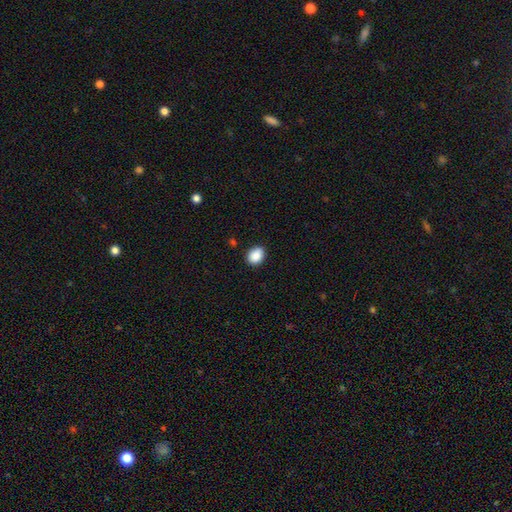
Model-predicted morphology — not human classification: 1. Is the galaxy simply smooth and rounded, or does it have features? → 89% smooth, 8% star or artifact, 3% featured or disk.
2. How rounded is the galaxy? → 60% in between, 39% round, 1% cigar-shaped.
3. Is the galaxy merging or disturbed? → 85% none, 11% minor disturbance, 2% major disturbance, 1% merger.